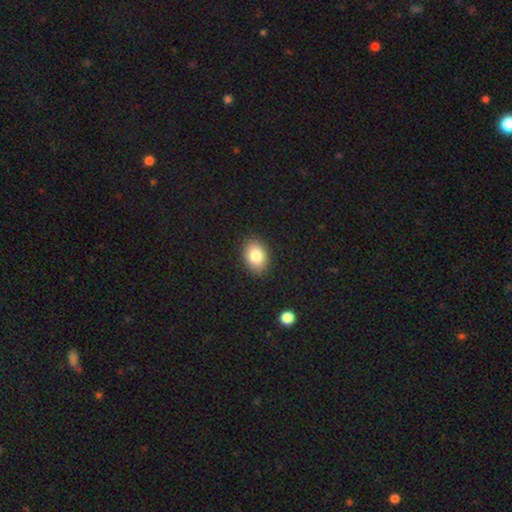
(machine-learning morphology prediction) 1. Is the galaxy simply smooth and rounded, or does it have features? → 83% smooth, 9% star or artifact, 8% featured or disk.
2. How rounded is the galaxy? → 74% in between, 25% round, 1% cigar-shaped.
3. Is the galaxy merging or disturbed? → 88% none, 9% minor disturbance, 2% major disturbance, 1% merger.